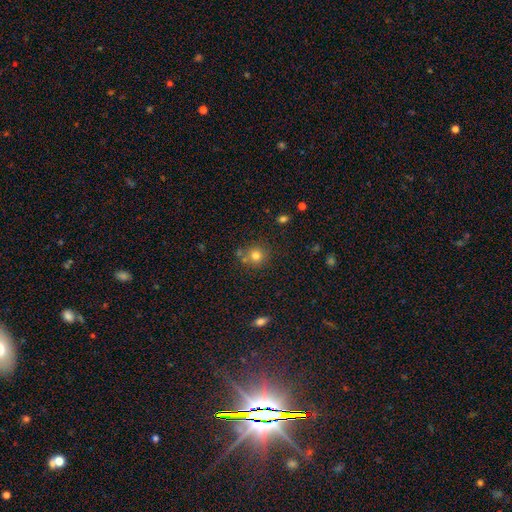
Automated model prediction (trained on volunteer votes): Smooth or featured? Predicted: smooth (p=0.77). How rounded? Predicted: round (p=0.88). Merging? Predicted: none (p=0.70).